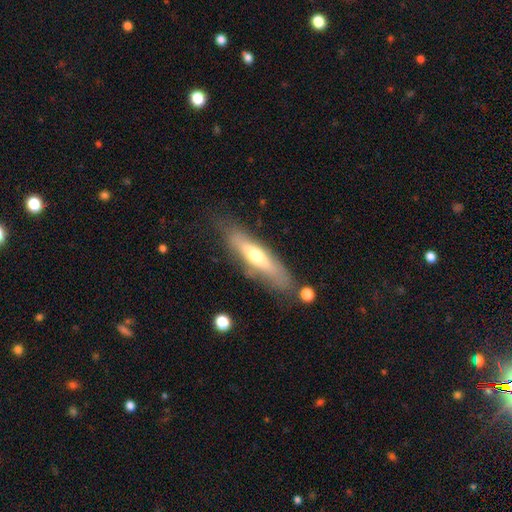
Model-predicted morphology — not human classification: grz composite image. It shows a smooth galaxy with no disk features (47%). Merging: none (74%).